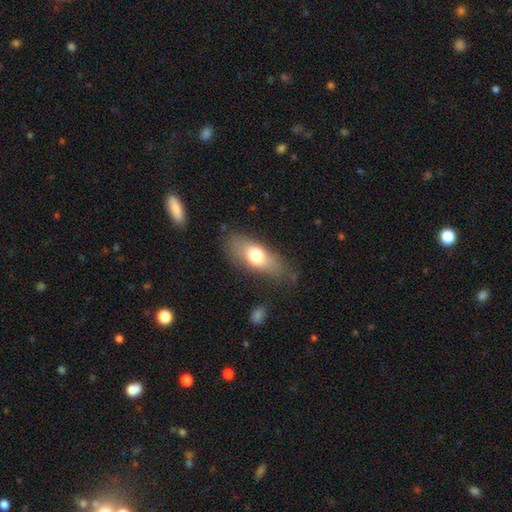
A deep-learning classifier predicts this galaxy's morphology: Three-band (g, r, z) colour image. It shows a smooth galaxy with no disk features (68%) that is in between round and cigar-shaped (78%). Merging: none (67%).